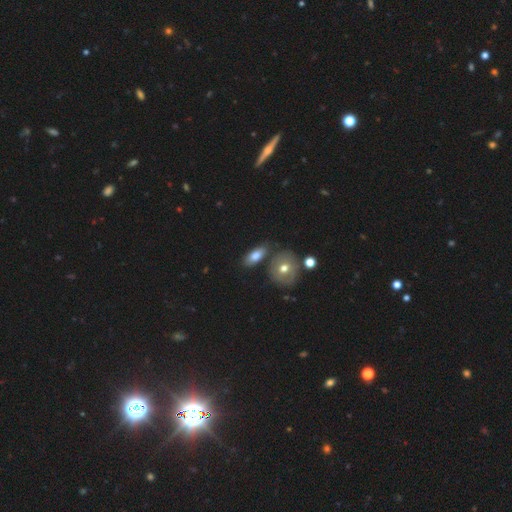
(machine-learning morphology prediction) smooth 76%, featured or disk 16%, star or artifact 8%. Down the decision tree: how rounded — in between (81%); merging — none (70%).